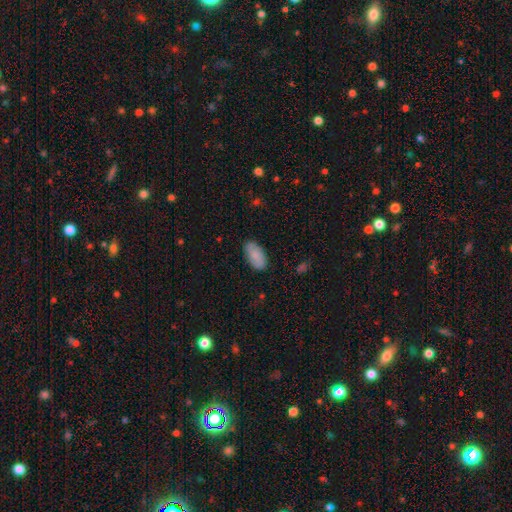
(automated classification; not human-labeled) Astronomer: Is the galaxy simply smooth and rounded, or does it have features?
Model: smooth — 82%.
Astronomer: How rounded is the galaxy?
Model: in between — 94%.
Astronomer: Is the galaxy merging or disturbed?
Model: none — 84%.